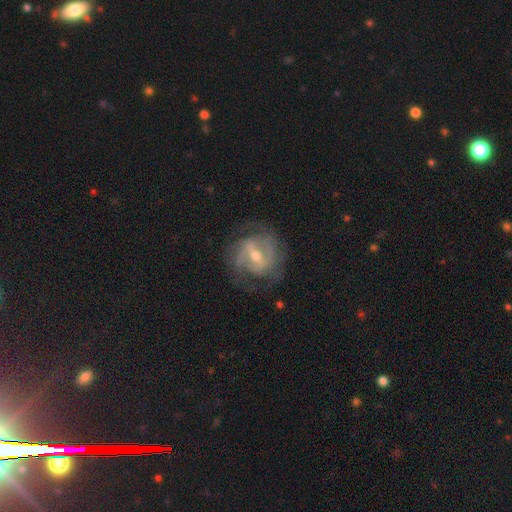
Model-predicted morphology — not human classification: The model was most divided on "spiral winding": medium: 44%, tight: 41%, loose: 15%. Remaining: edge-on disk — no (96%); spiral arms — yes (88%); smooth or featured — featured or disk (83%); merging — none (69%); bulge size — moderate (56%); spiral arm count — 2 (52%); bar — weak (45%).